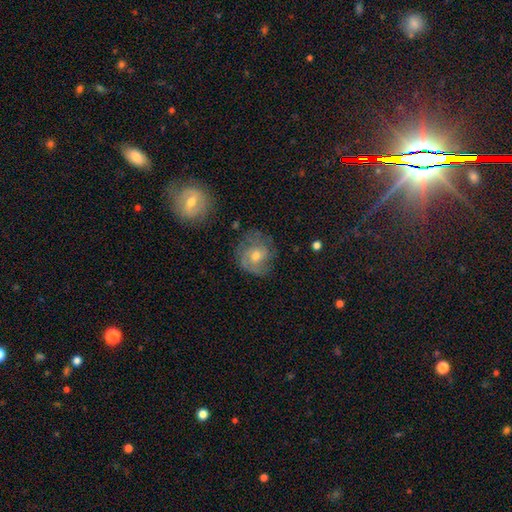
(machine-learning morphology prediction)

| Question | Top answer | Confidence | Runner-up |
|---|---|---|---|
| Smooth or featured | featured or disk | 63% | smooth (29%) |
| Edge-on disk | no | 97% | yes (3%) |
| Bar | no | 66% | weak (30%) |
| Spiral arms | yes | 86% | no (14%) |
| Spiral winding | tight | 45% | medium (40%) |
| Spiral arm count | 2 | 36% | can't tell (31%) |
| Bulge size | moderate | 62% | small (31%) |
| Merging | none | 64% | minor disturbance (22%) |